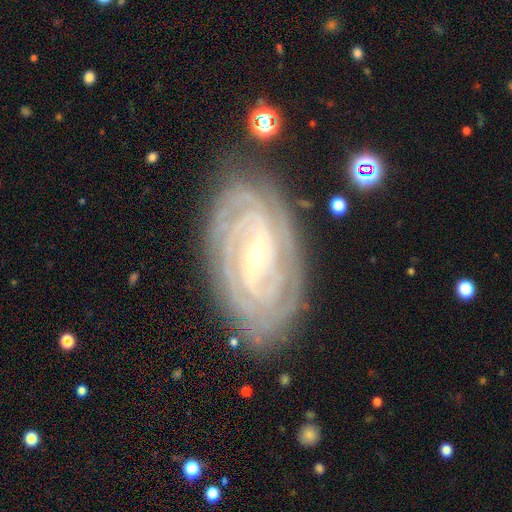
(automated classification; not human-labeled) Q: Smooth or featured?
A: featured or disk (91%); runner-up: star or artifact (5%)
Q: Edge-on disk?
A: no (96%); runner-up: yes (4%)
Q: Bar?
A: no (38%); runner-up: weak (34%)
Q: Spiral arms?
A: yes (98%); runner-up: no (2%)
Q: Spiral winding?
A: tight (85%); runner-up: medium (13%)
Q: Spiral arm count?
A: can't tell (22%); runner-up: 4 (21%)
Q: Bulge size?
A: small (69%); runner-up: moderate (28%)
Q: Merging?
A: none (83%); runner-up: minor disturbance (13%)